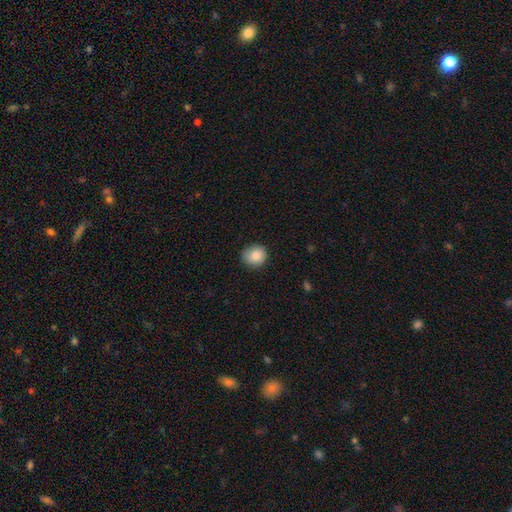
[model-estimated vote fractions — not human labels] Smooth or featured: smooth — 86% (star or artifact — 8%)
How rounded: round — 79% (in between — 20%)
Merging: none — 80% (minor disturbance — 17%)